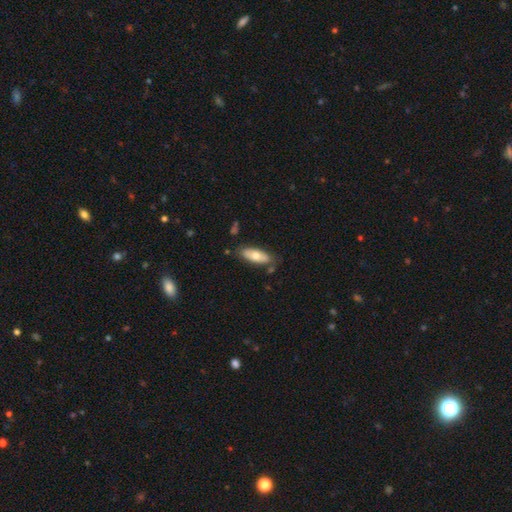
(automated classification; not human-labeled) A smooth galaxy with no disk features (67%) that is in between round and cigar-shaped (77%).

Vote fractions:
- Smooth or featured? smooth: 67% / featured or disk: 27% / star or artifact: 6%
- How rounded? in between: 77% / cigar-shaped: 21% / round: 2%
- Merging? none: 75% / minor disturbance: 17% / merger: 4% / major disturbance: 3%